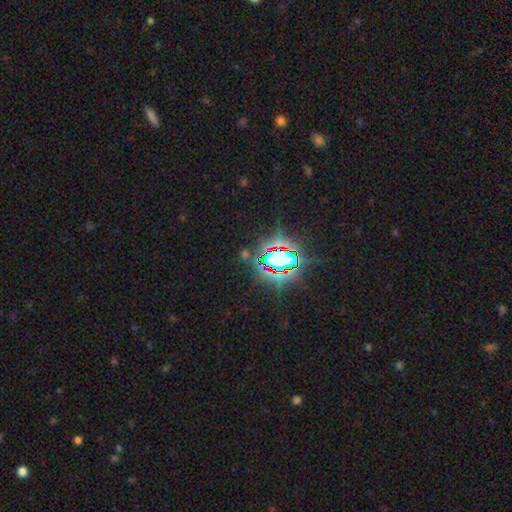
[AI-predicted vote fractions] Overall: star or artifact (83%).